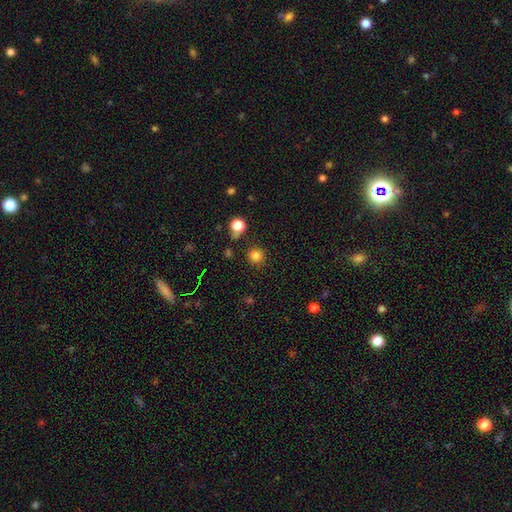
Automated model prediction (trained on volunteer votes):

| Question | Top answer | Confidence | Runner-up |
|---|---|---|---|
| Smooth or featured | smooth | 81% | star or artifact (15%) |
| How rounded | round | 94% | in between (5%) |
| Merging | none | 85% | minor disturbance (8%) |